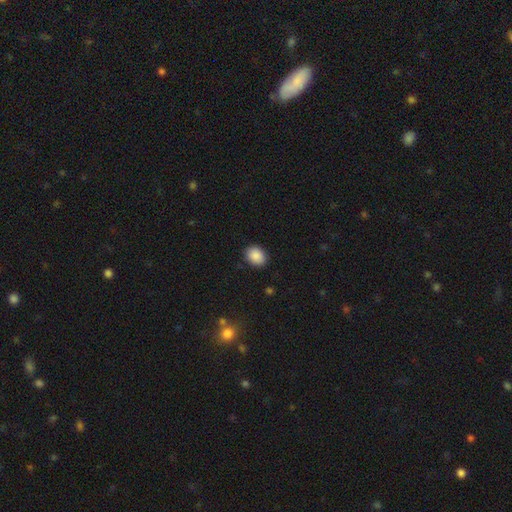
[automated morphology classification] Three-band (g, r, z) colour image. It shows a smooth galaxy with no disk features (89%) that is in between round and cigar-shaped (60%). Merging: none (88%).